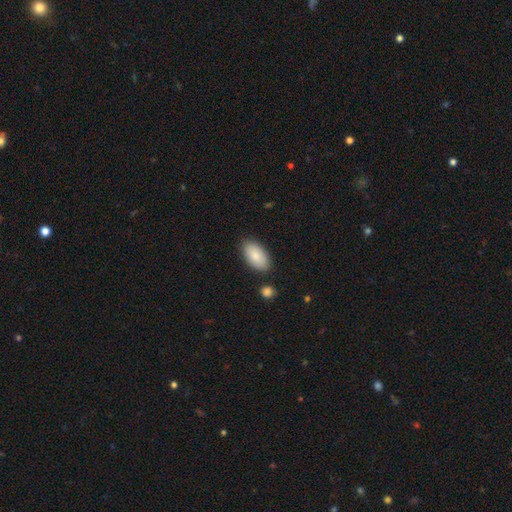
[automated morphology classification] type=smooth (87%); roundness=in between (95%); merging=none (83%).